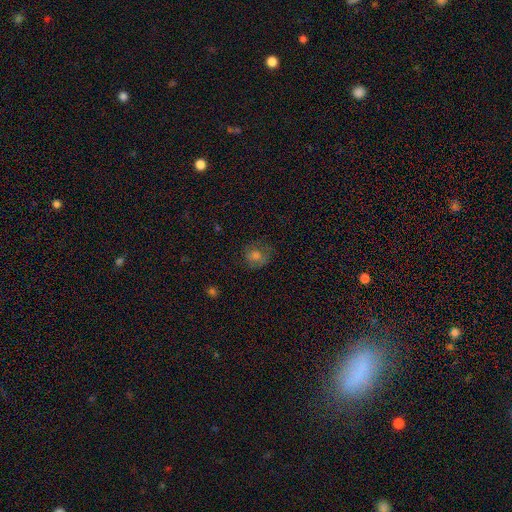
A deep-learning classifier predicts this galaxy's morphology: This is likely a smooth galaxy (61%). How rounded: likely round (75%). Merging: likely none (69%).